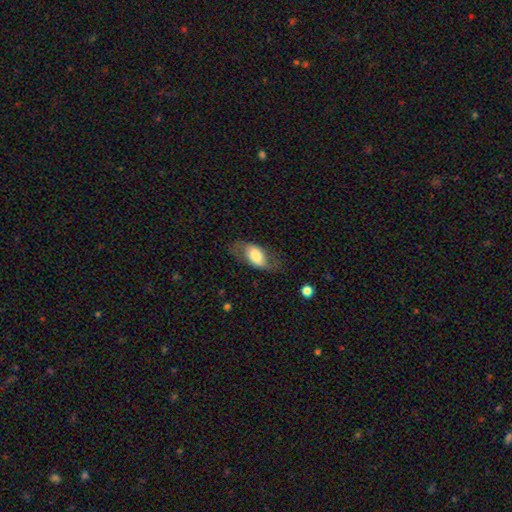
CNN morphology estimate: Q: Smooth or featured?
A: smooth (54%); runner-up: featured or disk (39%)
Q: How rounded?
A: in between (89%); runner-up: round (7%)
Q: Merging?
A: none (63%); runner-up: minor disturbance (22%)